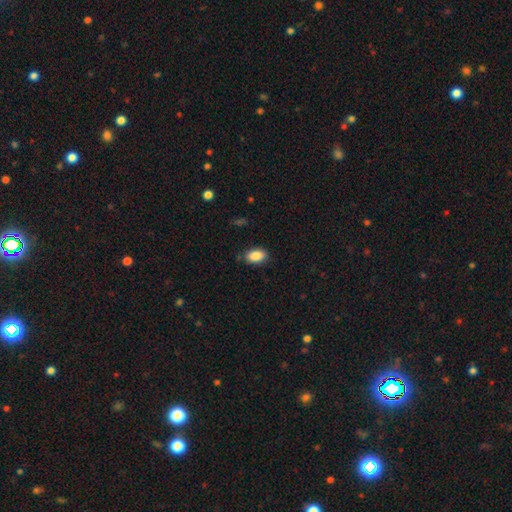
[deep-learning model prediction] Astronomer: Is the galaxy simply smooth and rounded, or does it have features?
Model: smooth — 88%.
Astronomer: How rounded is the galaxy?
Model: in between — 92%.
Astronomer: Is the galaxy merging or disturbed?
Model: none — 83%.